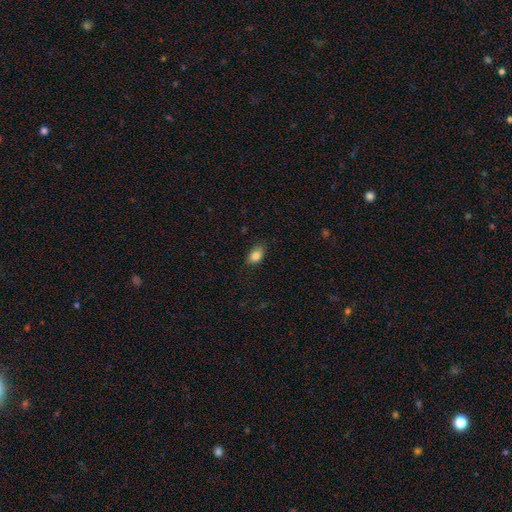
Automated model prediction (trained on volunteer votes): Smooth or featured? Predicted: smooth (p=0.87). How rounded? Predicted: in between (p=0.85). Merging? Predicted: none (p=0.80).